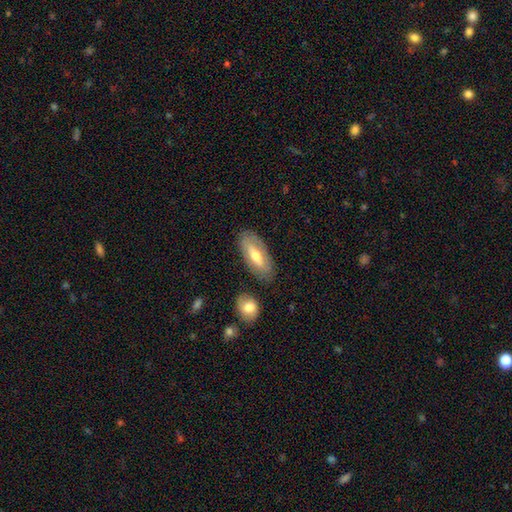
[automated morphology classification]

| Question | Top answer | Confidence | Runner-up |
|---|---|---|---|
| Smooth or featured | smooth | 52% | featured or disk (42%) |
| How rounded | in between | 80% | cigar-shaped (18%) |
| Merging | none | 82% | minor disturbance (12%) |